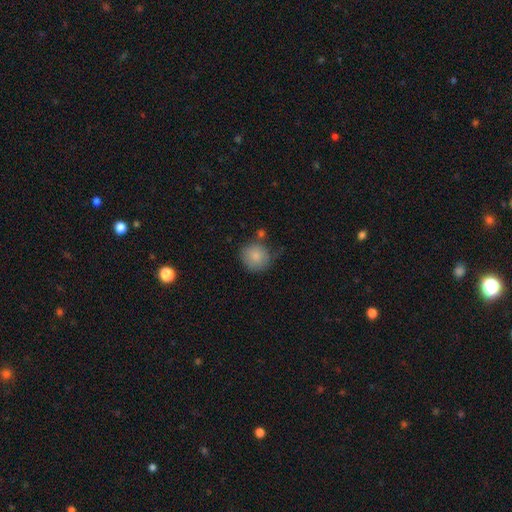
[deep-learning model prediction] Morphology: type=smooth (84%); roundness=round (90%); merging=none (65%).